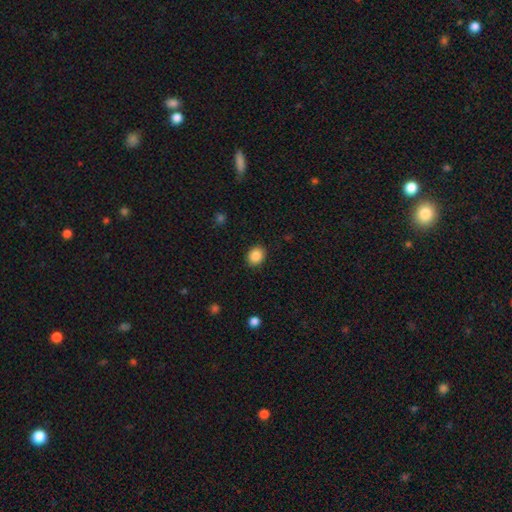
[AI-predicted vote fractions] smooth_or_featured: smooth (p=0.87) [alt: star or artifact p=0.09]
how_rounded: round (p=0.54) [alt: in between p=0.46]
merging: none (p=0.89) [alt: minor disturbance p=0.07]